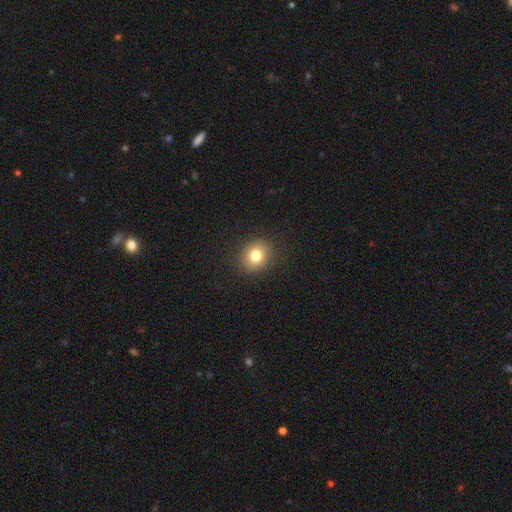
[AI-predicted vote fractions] The model was most divided on "how rounded": round: 78%, in between: 21%, cigar-shaped: 1%. More confident: merging — none (90%); smooth or featured — smooth (78%).